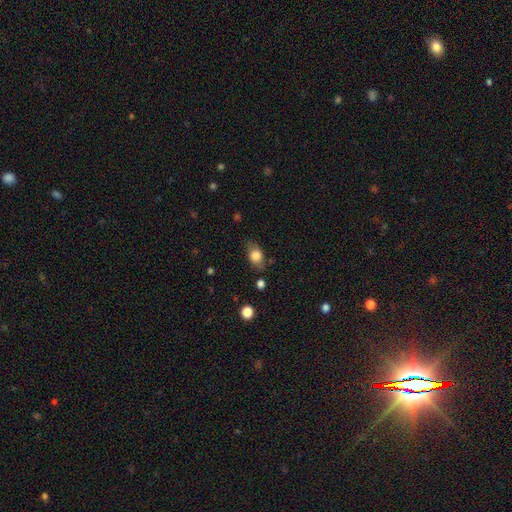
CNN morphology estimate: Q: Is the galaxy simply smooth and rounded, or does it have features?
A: smooth — 78%.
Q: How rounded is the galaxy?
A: in between — 71%.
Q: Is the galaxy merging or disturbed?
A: none — 71%.